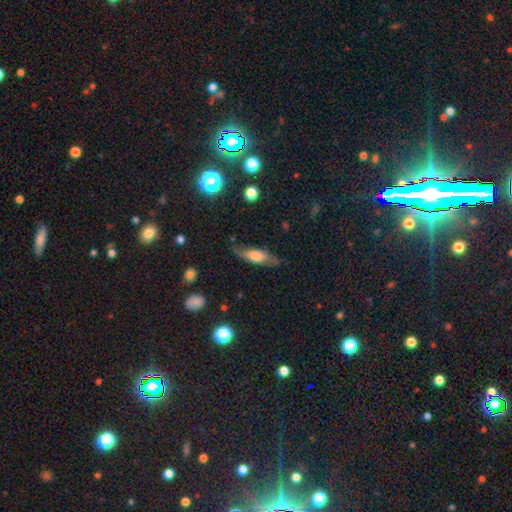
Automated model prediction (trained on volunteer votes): A smooth galaxy with no disk features (49%).

Vote fractions:
- Smooth or featured? smooth: 49% / featured or disk: 43% / star or artifact: 8%
- Merging? none: 70% / minor disturbance: 21% / major disturbance: 7% / merger: 2%